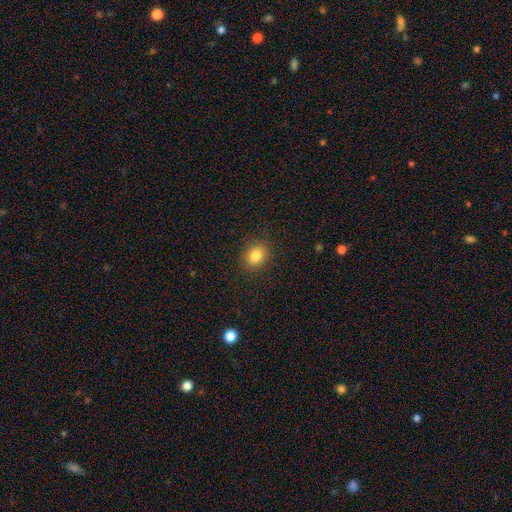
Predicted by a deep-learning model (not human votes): Smooth or featured?
  - smooth: 83% *
  - star or artifact: 11%
  - featured or disk: 6%
How rounded?
  - round: 55% *
  - in between: 44%
  - cigar-shaped: 1%
Merging?
  - none: 88% *
  - minor disturbance: 8%
  - major disturbance: 3%
  - merger: 1%